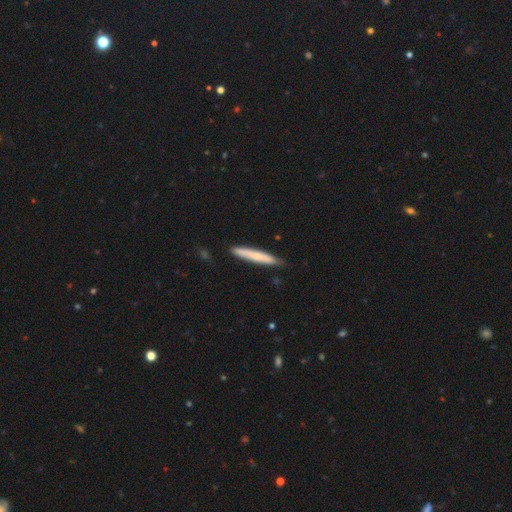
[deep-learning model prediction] Morphology: type=smooth (61%); roundness=cigar-shaped (95%); merging=none (84%).